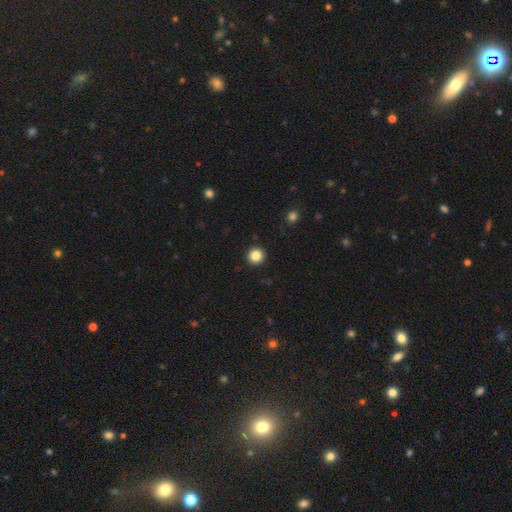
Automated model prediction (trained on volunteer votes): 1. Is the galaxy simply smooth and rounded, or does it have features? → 85% smooth, 11% star or artifact, 4% featured or disk.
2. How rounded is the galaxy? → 96% round, 3% in between, 1% cigar-shaped.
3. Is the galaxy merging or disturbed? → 93% none, 4% minor disturbance, 2% major disturbance, 1% merger.